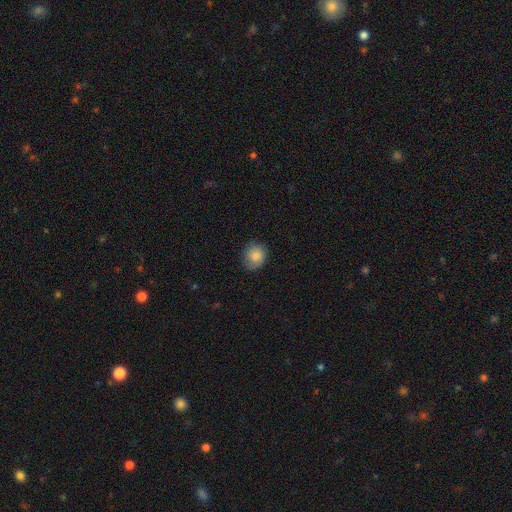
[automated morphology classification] Smooth or featured?
  - smooth: 84% *
  - star or artifact: 8%
  - featured or disk: 8%
How rounded?
  - round: 79% *
  - in between: 20%
  - cigar-shaped: 1%
Merging?
  - none: 81% *
  - minor disturbance: 15%
  - major disturbance: 3%
  - merger: 1%